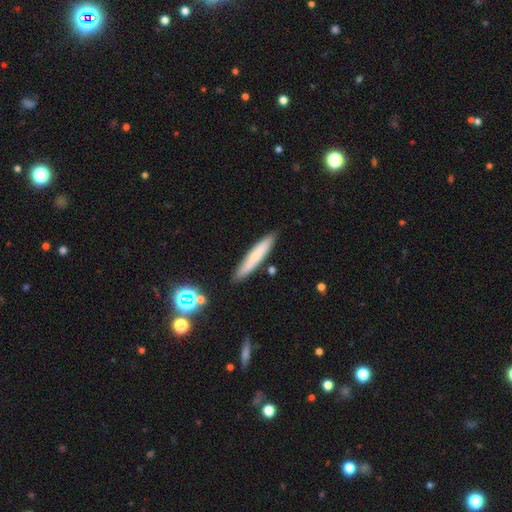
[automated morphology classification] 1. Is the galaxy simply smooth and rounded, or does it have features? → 69% smooth, 23% featured or disk, 8% star or artifact.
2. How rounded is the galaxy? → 91% cigar-shaped, 7% in between, 1% round.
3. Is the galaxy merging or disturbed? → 87% none, 9% minor disturbance, 2% merger, 2% major disturbance.